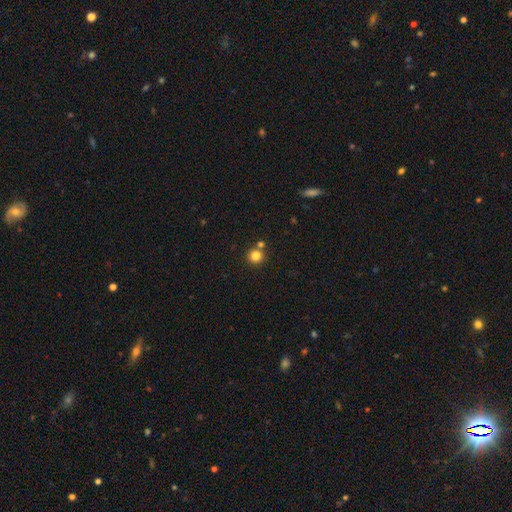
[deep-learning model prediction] Smooth or featured?
  - smooth: 82% *
  - star or artifact: 12%
  - featured or disk: 6%
How rounded?
  - round: 92% *
  - in between: 7%
  - cigar-shaped: 1%
Merging?
  - none: 75% *
  - merger: 16%
  - minor disturbance: 7%
  - major disturbance: 2%